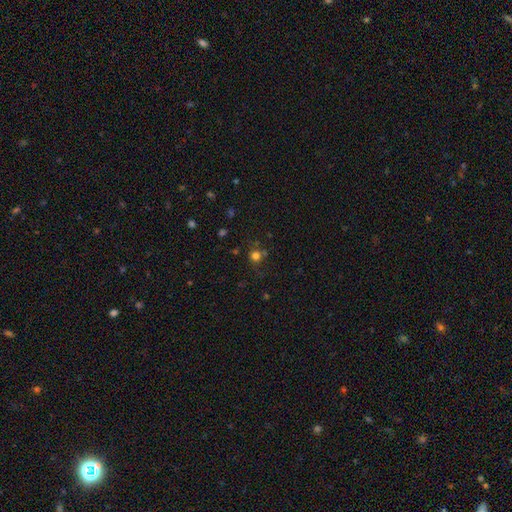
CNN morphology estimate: Smooth or featured?
  - smooth: 71% *
  - star or artifact: 22%
  - featured or disk: 7%
How rounded?
  - round: 90% *
  - in between: 9%
  - cigar-shaped: 1%
Merging?
  - none: 71% *
  - minor disturbance: 13%
  - merger: 9%
  - major disturbance: 6%